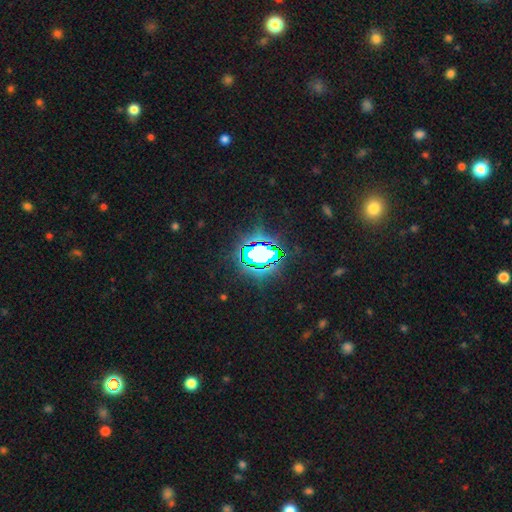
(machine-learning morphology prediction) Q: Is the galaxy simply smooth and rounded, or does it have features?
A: star or artifact — 74%.